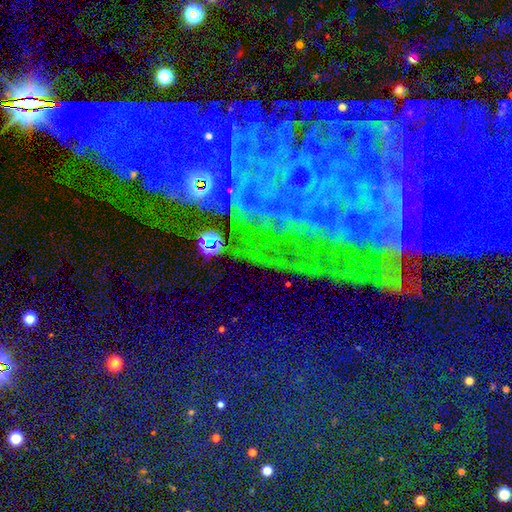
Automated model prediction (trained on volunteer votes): This appears to be a star or artifact, not a galaxy (68%).